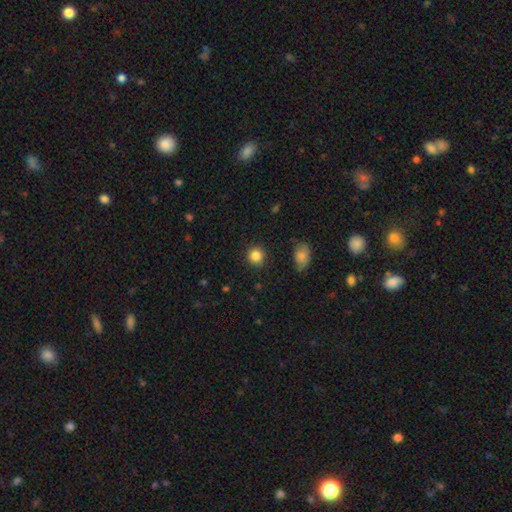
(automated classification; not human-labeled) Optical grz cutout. It shows a smooth galaxy with no disk features (86%) that is round (90%). Merging: none (88%).